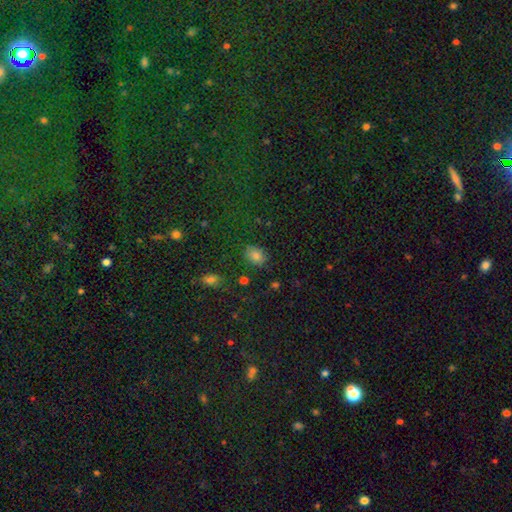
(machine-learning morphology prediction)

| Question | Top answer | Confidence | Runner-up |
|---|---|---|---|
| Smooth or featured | smooth | 77% | star or artifact (16%) |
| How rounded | in between | 68% | round (30%) |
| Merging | none | 82% | minor disturbance (12%) |